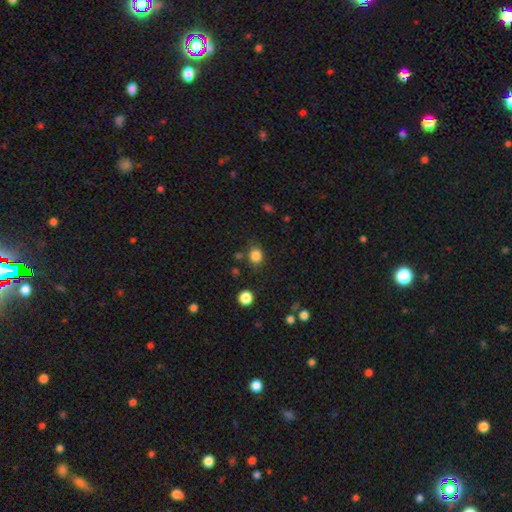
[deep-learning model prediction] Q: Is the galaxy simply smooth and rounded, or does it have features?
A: smooth — 84%.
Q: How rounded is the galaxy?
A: round — 69%.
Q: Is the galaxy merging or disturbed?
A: none — 79%.